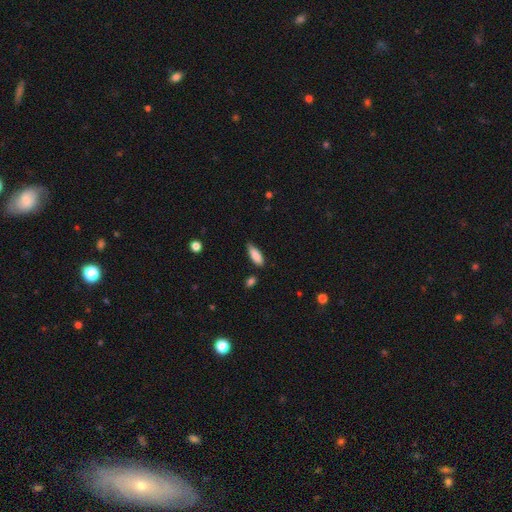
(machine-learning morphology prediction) Smooth or featured? smooth (87%)
How rounded? in between (72%)
Merging? none (68%)